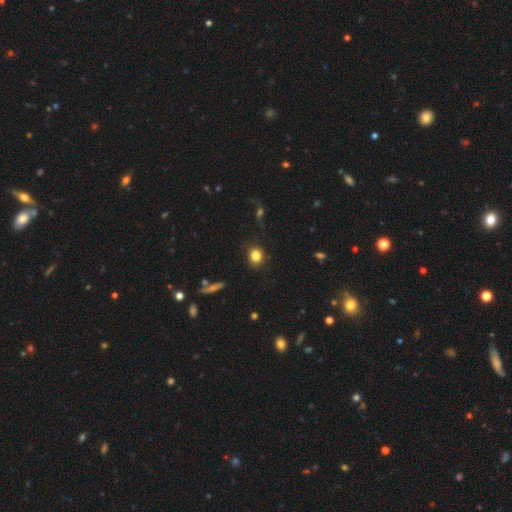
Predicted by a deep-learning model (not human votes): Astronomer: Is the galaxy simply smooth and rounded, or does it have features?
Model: smooth — 83%.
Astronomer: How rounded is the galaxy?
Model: round — 74%.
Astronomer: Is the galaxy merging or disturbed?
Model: none — 84%.